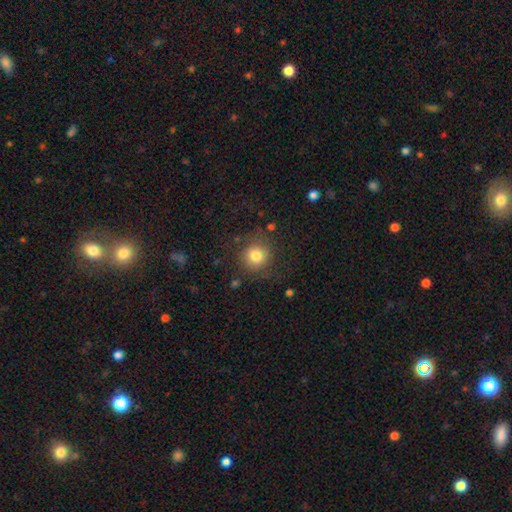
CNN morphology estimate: This appears to be a smooth galaxy with no disk features (80%) that is round (90%). Merging: none (78%).